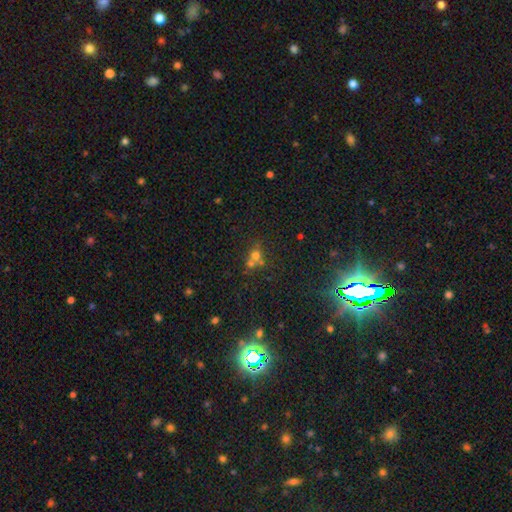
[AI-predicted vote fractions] Q: Smooth or featured?
A: smooth (57%); runner-up: star or artifact (25%)
Q: How rounded?
A: round (80%); runner-up: in between (18%)
Q: Merging?
A: merger (46%); runner-up: none (41%)